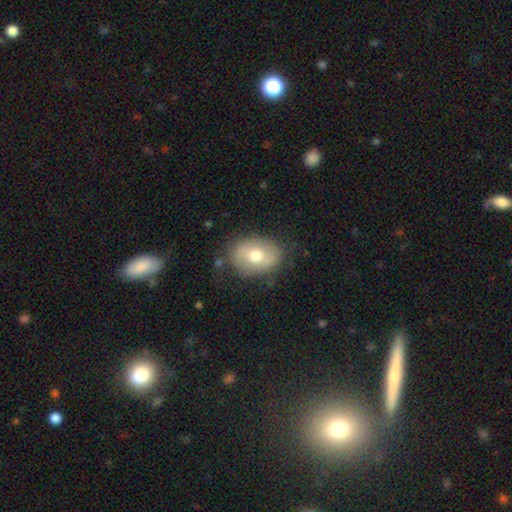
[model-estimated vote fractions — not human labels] Smooth or featured: smooth — 59% (featured or disk — 34%)
How rounded: in between — 68% (round — 31%)
Merging: none — 81% (minor disturbance — 14%)